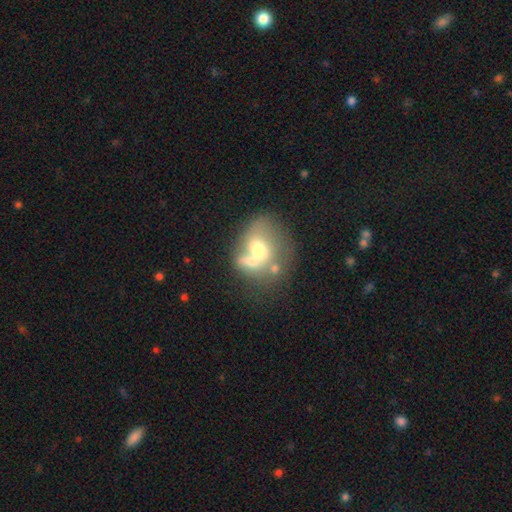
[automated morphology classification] A smooth galaxy with no disk features (48%).

Vote fractions:
- Smooth or featured? smooth: 48% / featured or disk: 42% / star or artifact: 10%
- Merging? merger: 51% / none: 21% / major disturbance: 14% / minor disturbance: 13%